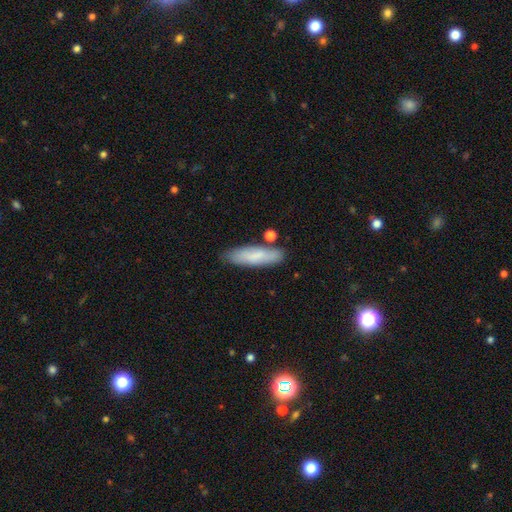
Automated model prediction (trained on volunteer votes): A smooth galaxy with no disk features (76%) that is cigar-shaped (64%). Merging: none (79%).